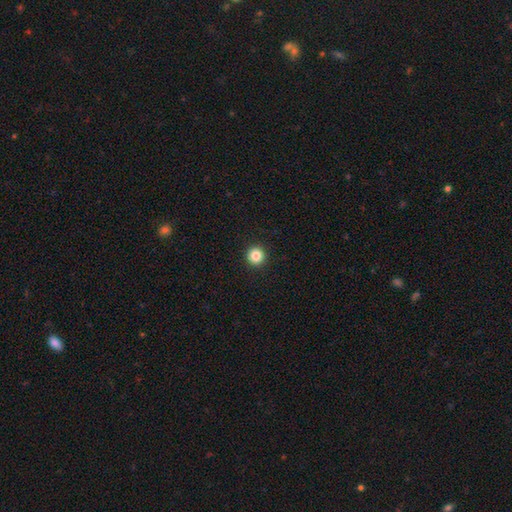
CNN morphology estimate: smooth 86%, star or artifact 11%, featured or disk 4%. Down the decision tree: how rounded — round (96%); merging — none (94%).